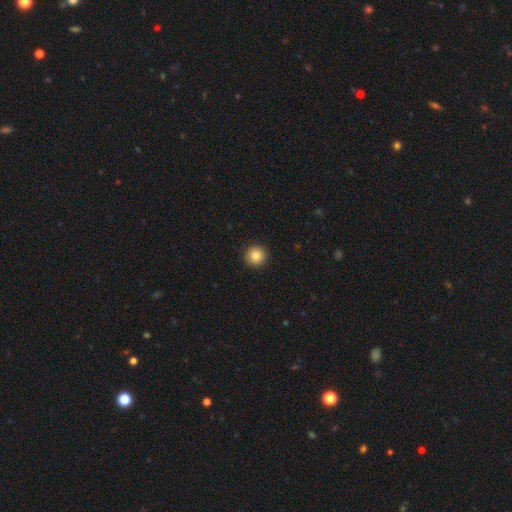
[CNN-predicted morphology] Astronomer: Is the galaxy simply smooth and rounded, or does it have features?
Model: smooth — 85%.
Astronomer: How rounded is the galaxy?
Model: round — 96%.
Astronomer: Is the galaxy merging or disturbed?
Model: none — 93%.